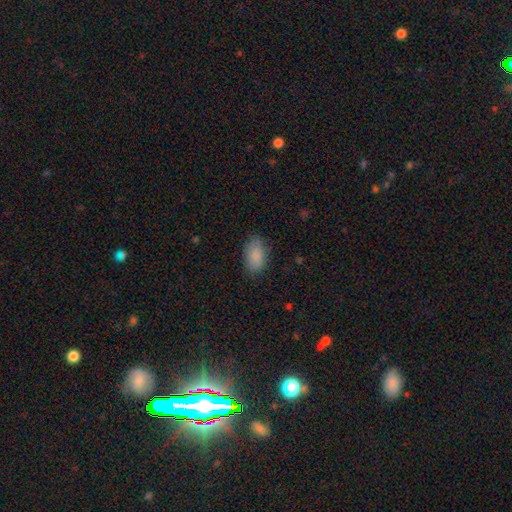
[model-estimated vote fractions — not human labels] The model was most divided on "merging": none: 79%, minor disturbance: 16%, major disturbance: 4%, merger: 1%. More confident: how rounded — in between (92%); smooth or featured — smooth (87%).